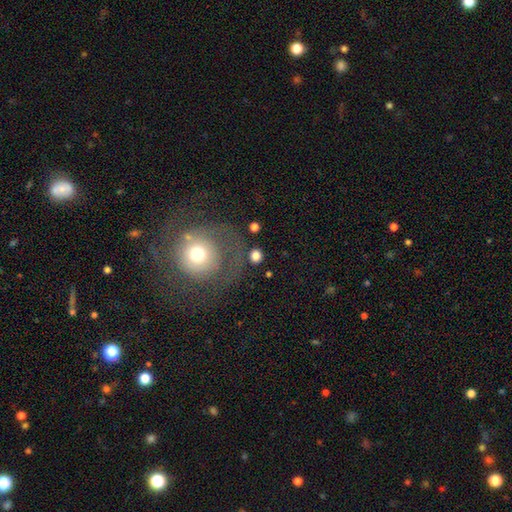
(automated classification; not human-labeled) Smooth or featured? smooth (72%)
How rounded? round (84%)
Merging? none (71%)